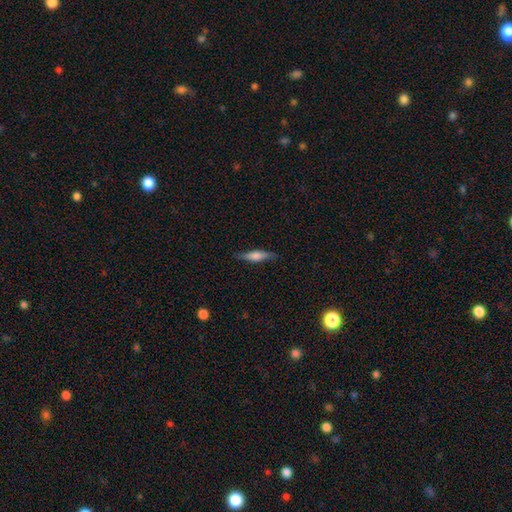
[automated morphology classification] Overall: smooth (55%; featured or disk 39%). How rounded: cigar-shaped (70%). Merging: none (82%).